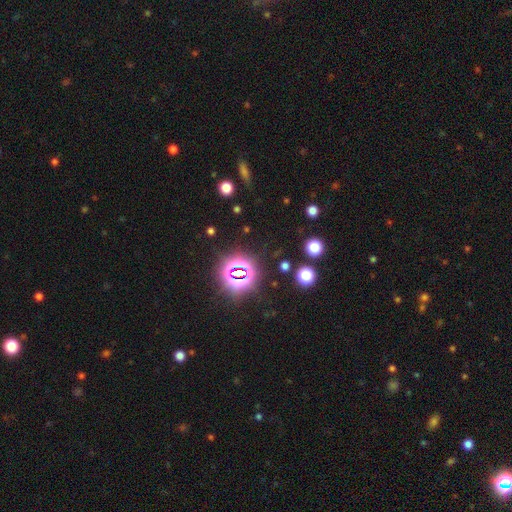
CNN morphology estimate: smooth-or-featured: star or artifact: 81% | smooth: 12% | featured or disk: 7%